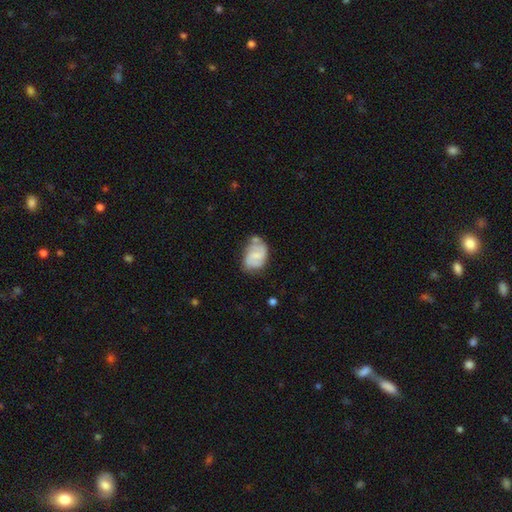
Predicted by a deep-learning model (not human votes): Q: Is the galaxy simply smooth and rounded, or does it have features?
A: featured or disk — 55%.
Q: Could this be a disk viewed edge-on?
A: no — 97%.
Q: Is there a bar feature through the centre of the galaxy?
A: weak — 49%.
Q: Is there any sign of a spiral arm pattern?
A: yes — 85%.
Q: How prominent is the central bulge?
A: small — 50%.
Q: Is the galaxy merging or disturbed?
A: none — 45%.